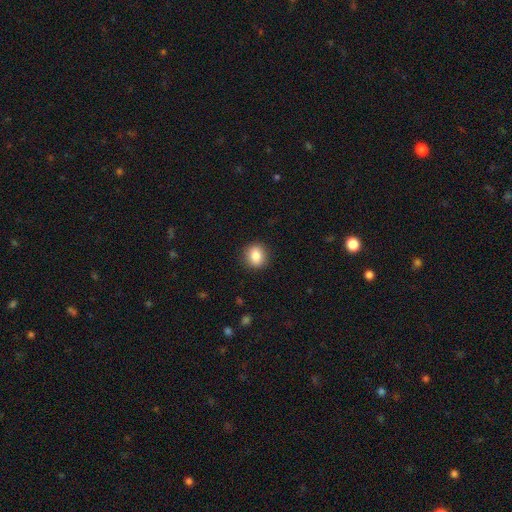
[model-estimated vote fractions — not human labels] smooth_or_featured: smooth (p=0.84) [alt: star or artifact p=0.09]
how_rounded: round (p=0.74) [alt: in between p=0.25]
merging: none (p=0.90) [alt: minor disturbance p=0.07]